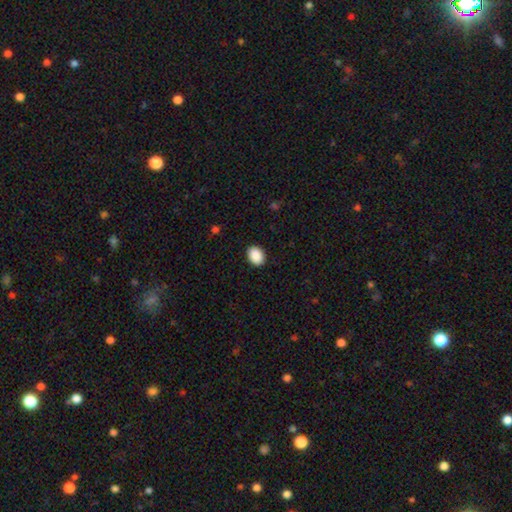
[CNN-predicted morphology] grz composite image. It shows a smooth galaxy with no disk features (90%) that is in between round and cigar-shaped (71%). Merging: none (90%).